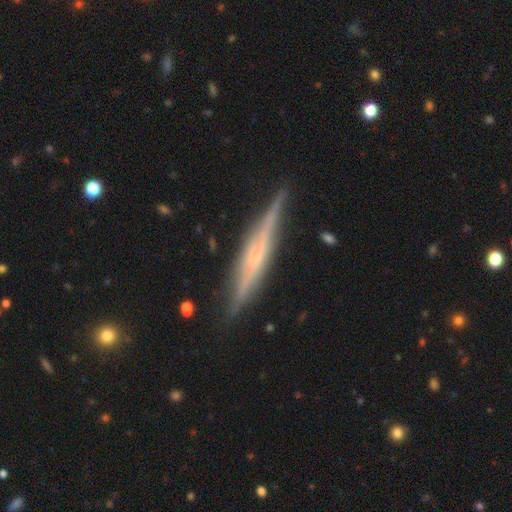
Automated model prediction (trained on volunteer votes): This is likely a featured or disk galaxy (73%). It is clearly viewed edge-on (96%). Edge-on bulge: marginally rounded (41%). Merging: clearly none (83%).